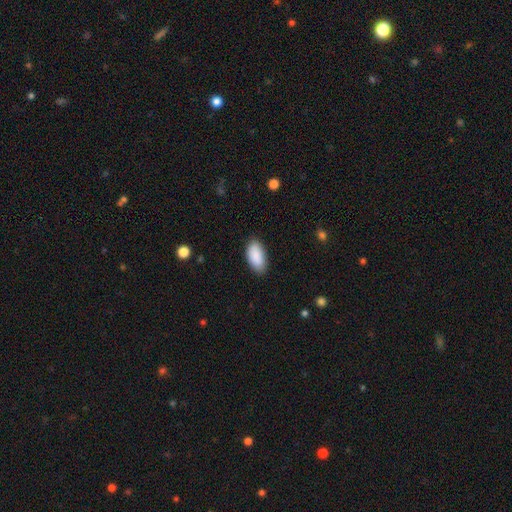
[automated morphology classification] This is clearly a smooth galaxy (90%). How rounded: clearly in between (94%). Merging: clearly none (85%).